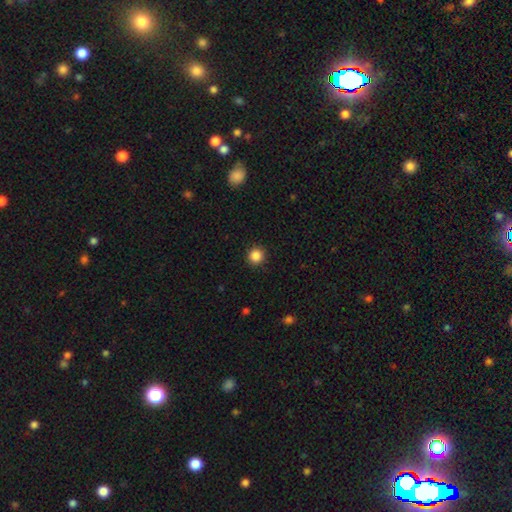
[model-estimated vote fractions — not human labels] Smooth or featured? smooth (86%)
How rounded? round (94%)
Merging? none (92%)